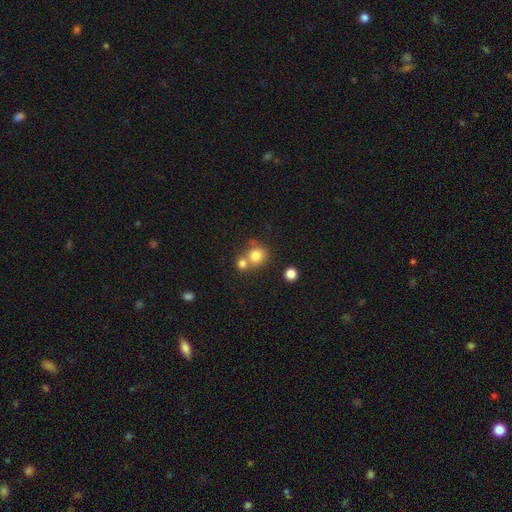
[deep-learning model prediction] A smooth galaxy with no disk features (79%) that is round (87%). Merging: none (49%).